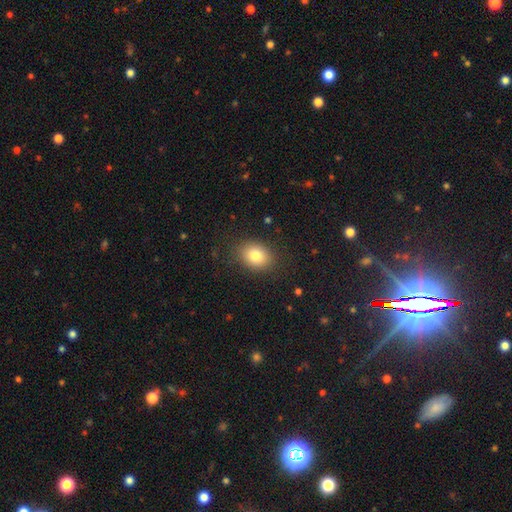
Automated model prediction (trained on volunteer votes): Smooth or featured? smooth (81%)
How rounded? in between (62%)
Merging? none (86%)